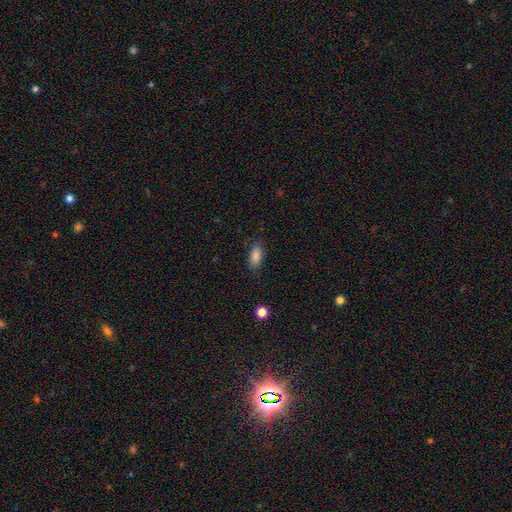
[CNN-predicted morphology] smooth_or_featured: smooth (p=0.85) [alt: star or artifact p=0.08]
how_rounded: in between (p=0.83) [alt: cigar-shaped p=0.14]
merging: none (p=0.84) [alt: minor disturbance p=0.12]